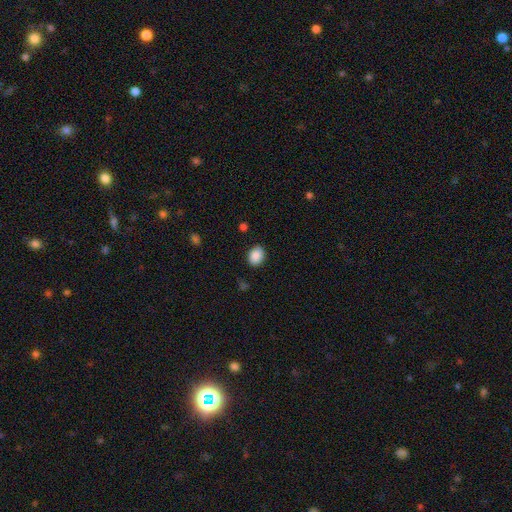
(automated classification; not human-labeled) Smooth or featured? smooth (88%)
How rounded? in between (58%)
Merging? none (87%)